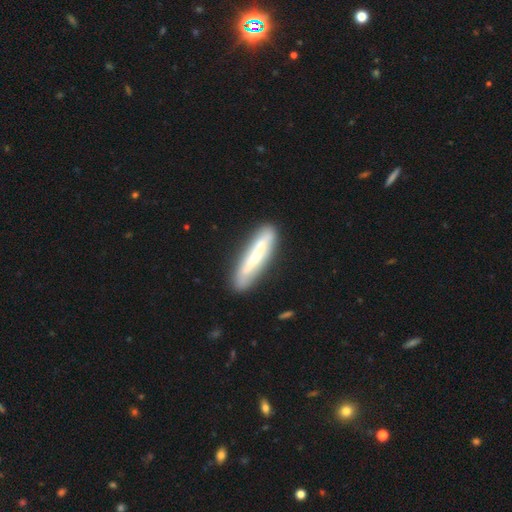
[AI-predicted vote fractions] Smooth or featured: featured or disk — 47% (tied with smooth — 47%)
Merging: none — 82% (minor disturbance — 13%)